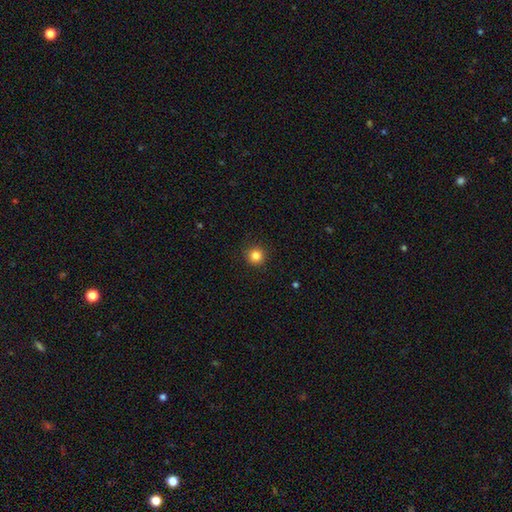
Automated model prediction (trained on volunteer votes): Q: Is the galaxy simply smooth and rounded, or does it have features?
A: smooth — 84%.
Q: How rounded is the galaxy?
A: round — 95%.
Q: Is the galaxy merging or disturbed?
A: none — 92%.